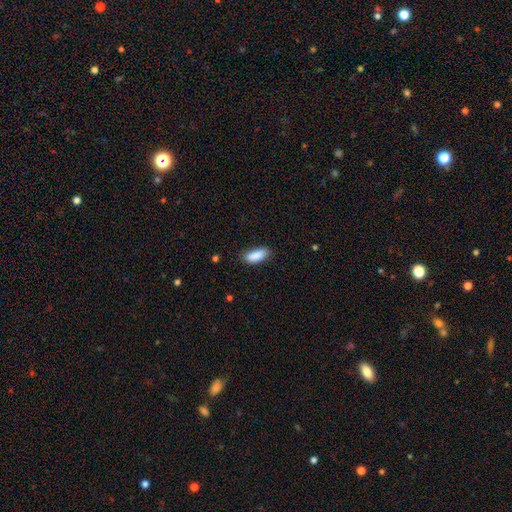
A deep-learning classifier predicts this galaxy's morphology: Overall: smooth (89%). How rounded: in between (78%). Merging: none (78%).